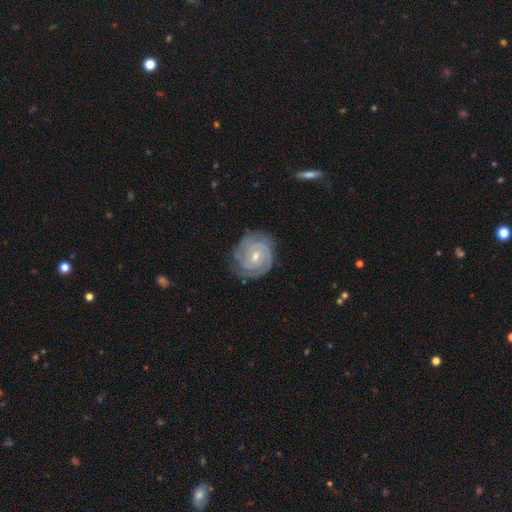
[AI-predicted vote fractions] Q: Smooth or featured?
A: featured or disk (86%); runner-up: smooth (9%)
Q: Edge-on disk?
A: no (98%); runner-up: yes (2%)
Q: Bar?
A: no (54%); runner-up: weak (38%)
Q: Spiral arms?
A: yes (97%); runner-up: no (3%)
Q: Spiral winding?
A: tight (78%); runner-up: medium (19%)
Q: Spiral arm count?
A: 2 (39%); runner-up: 3 (24%)
Q: Bulge size?
A: small (51%); runner-up: moderate (46%)
Q: Merging?
A: none (78%); runner-up: minor disturbance (16%)